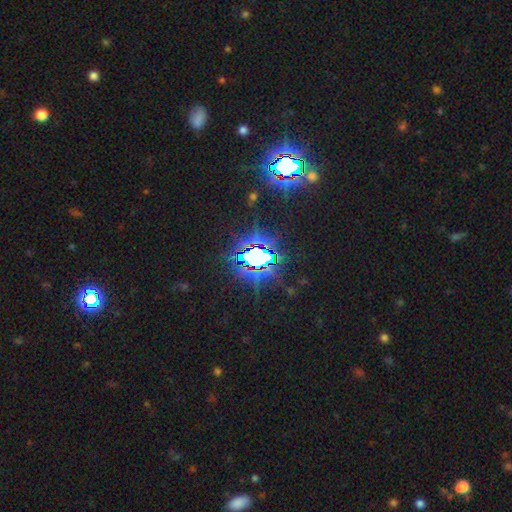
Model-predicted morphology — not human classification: smooth_or_featured: star or artifact (p=0.77) [alt: smooth p=0.14]